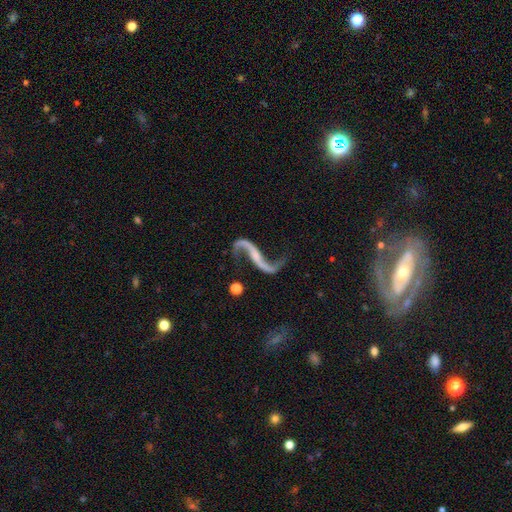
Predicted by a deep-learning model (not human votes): Smooth or featured? Predicted: featured or disk (p=0.91). Edge-on disk? Predicted: no (p=0.93). Bar? Predicted: no (p=0.38). Spiral arms? Predicted: yes (p=0.96). Spiral winding? Predicted: loose (p=0.93). Spiral arm count? Predicted: 2 (p=0.93). Bulge size? Predicted: none (p=0.45). Merging? Predicted: none (p=0.68).